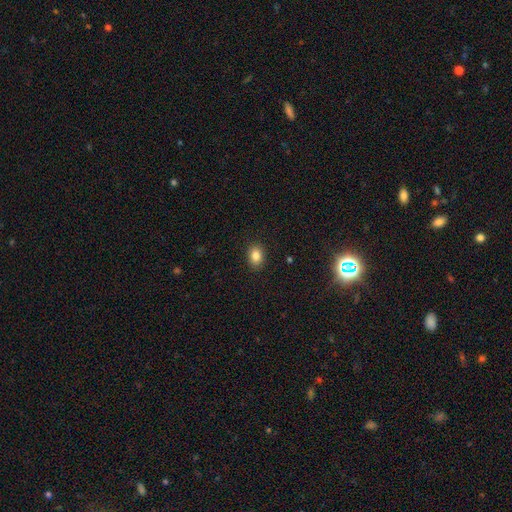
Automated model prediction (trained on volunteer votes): A smooth galaxy with no disk features (85%) that is in between round and cigar-shaped (66%).

Vote fractions:
- Smooth or featured? smooth: 85% / star or artifact: 10% / featured or disk: 6%
- How rounded? in between: 66% / round: 33% / cigar-shaped: 1%
- Merging? none: 89% / minor disturbance: 8% / major disturbance: 2% / merger: 1%